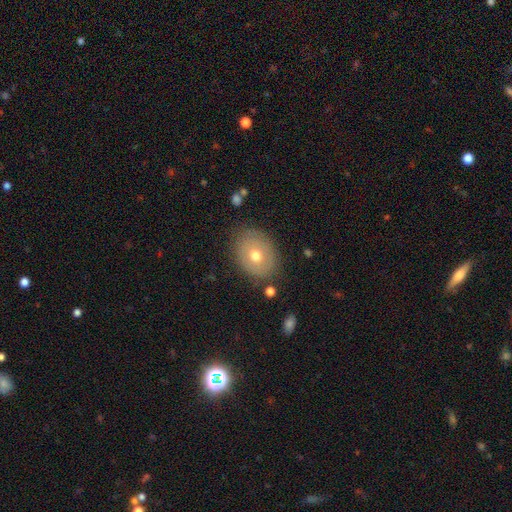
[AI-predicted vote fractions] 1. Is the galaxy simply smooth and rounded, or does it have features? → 63% smooth, 28% featured or disk, 9% star or artifact.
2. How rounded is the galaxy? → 54% in between, 45% round, 1% cigar-shaped.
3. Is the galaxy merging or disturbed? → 77% none, 15% minor disturbance, 5% major disturbance, 2% merger.